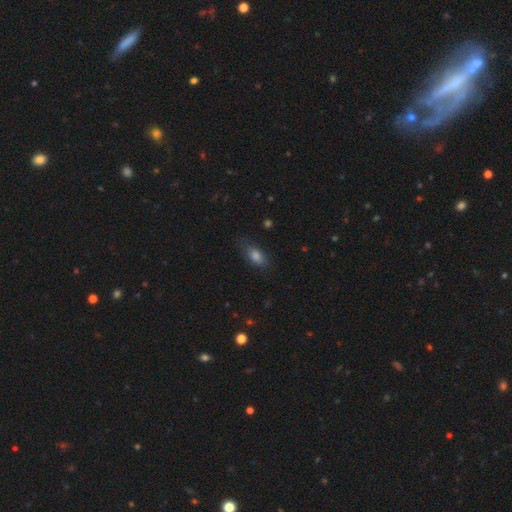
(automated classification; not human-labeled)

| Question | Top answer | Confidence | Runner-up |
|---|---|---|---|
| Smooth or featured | smooth | 75% | star or artifact (13%) |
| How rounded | in between | 80% | cigar-shaped (12%) |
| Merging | none | 76% | minor disturbance (18%) |